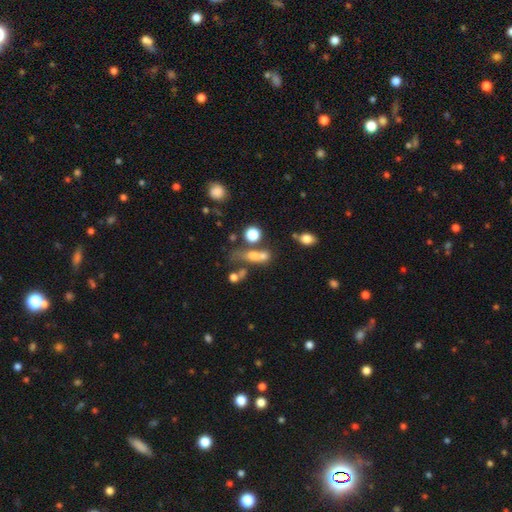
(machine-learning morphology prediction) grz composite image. It shows a smooth galaxy with no disk features (59%) that is in between round and cigar-shaped (49%). Merging: merger (41%).